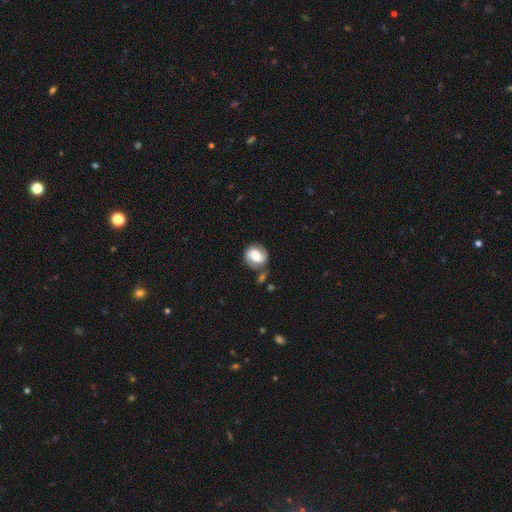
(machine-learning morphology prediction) A featured or disk galaxy (63%) with a weak bar (43%), 2 (84%) medium (44%) spiral arms (89%) and a moderate central bulge (56%). Merging: none (64%).